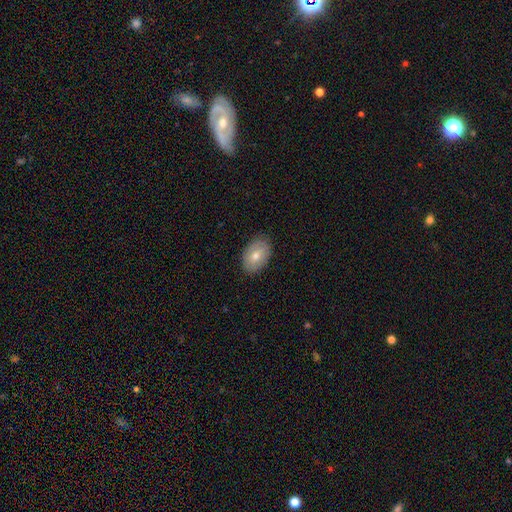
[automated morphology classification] smooth 61%, featured or disk 31%, star or artifact 8%. Down the decision tree: how rounded — in between (87%); merging — none (85%).